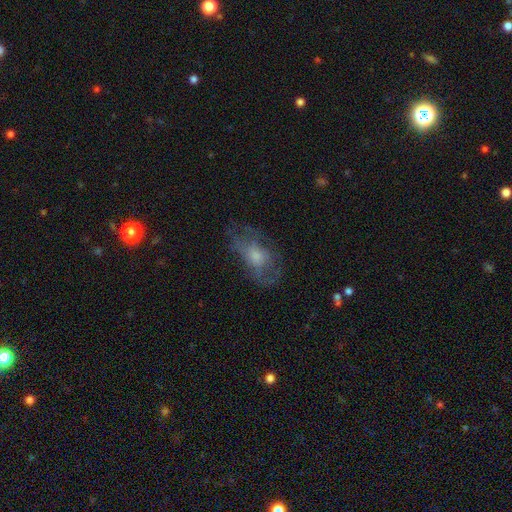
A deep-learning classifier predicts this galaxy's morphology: A featured or disk galaxy (47%). Merging: none (53%).